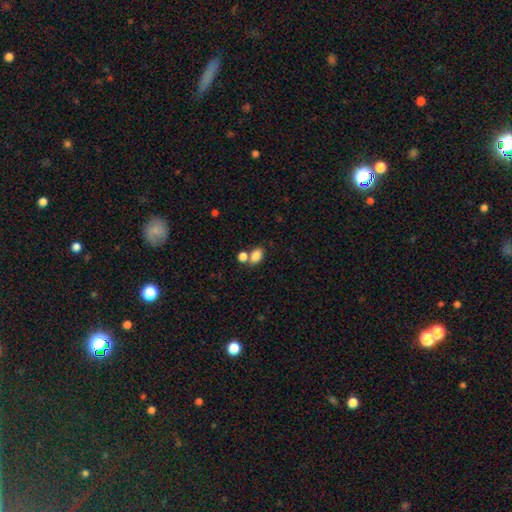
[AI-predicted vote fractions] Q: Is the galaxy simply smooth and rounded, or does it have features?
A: smooth — 84%.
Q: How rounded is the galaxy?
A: in between — 82%.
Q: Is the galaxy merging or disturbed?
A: none — 50%.